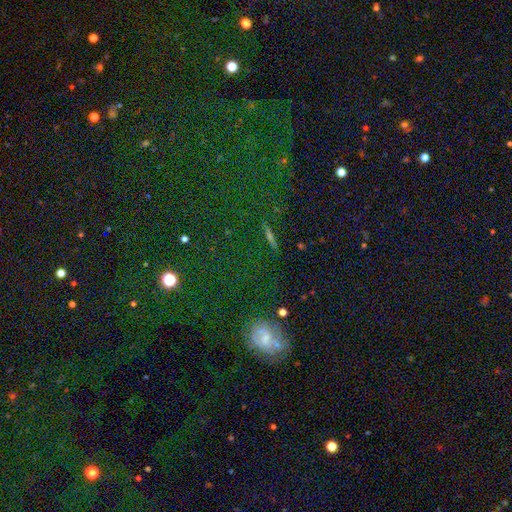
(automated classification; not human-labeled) Q: Smooth or featured?
A: star or artifact (57%); runner-up: smooth (27%)